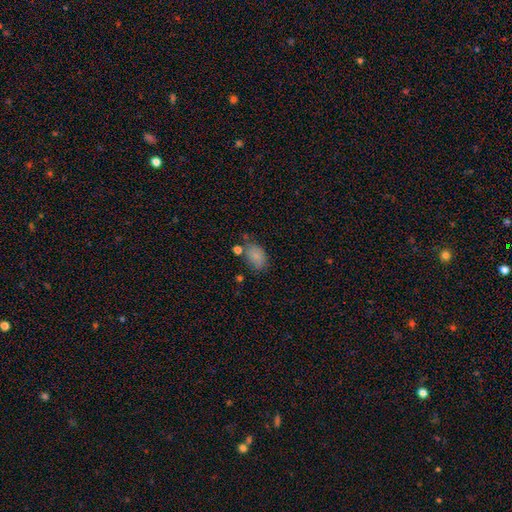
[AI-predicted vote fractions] This appears to be a smooth galaxy with no disk features (83%) that is in between round and cigar-shaped (84%). Merging: none (66%).